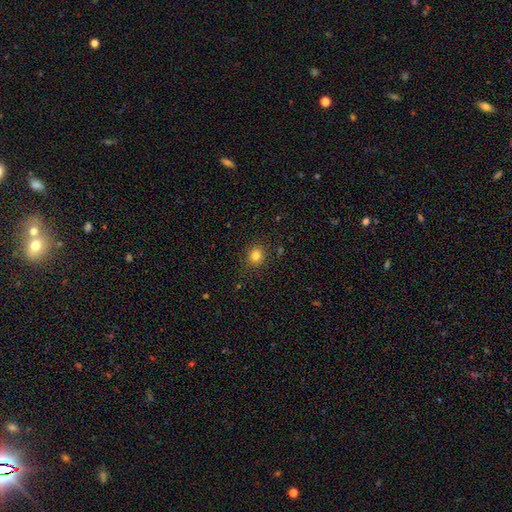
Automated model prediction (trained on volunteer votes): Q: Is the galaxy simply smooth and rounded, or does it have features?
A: smooth — 81%.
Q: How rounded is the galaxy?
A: round — 81%.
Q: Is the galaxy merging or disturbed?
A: none — 87%.